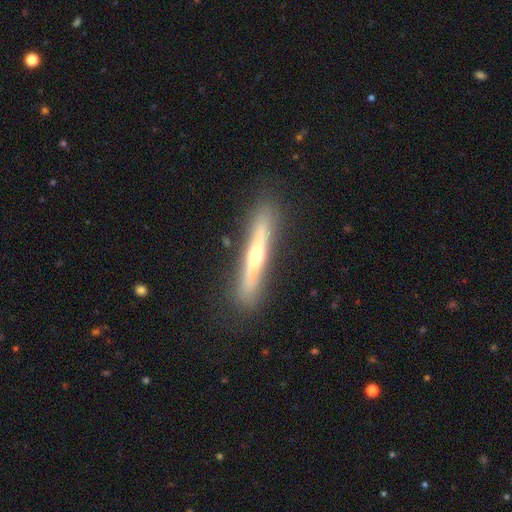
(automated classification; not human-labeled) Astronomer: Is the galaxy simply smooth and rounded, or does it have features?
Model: featured or disk — 60%.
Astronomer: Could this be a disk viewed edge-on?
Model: yes — 93%.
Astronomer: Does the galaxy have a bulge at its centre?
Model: rounded — 85%.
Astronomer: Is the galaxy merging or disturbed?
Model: none — 86%.